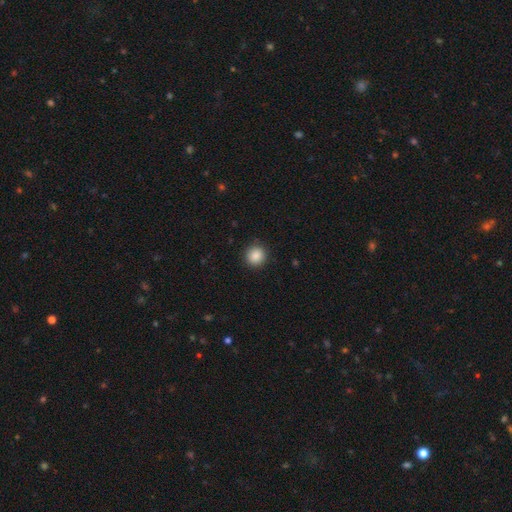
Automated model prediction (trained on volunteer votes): Morphology: type=smooth (87%); roundness=round (92%); merging=none (90%).